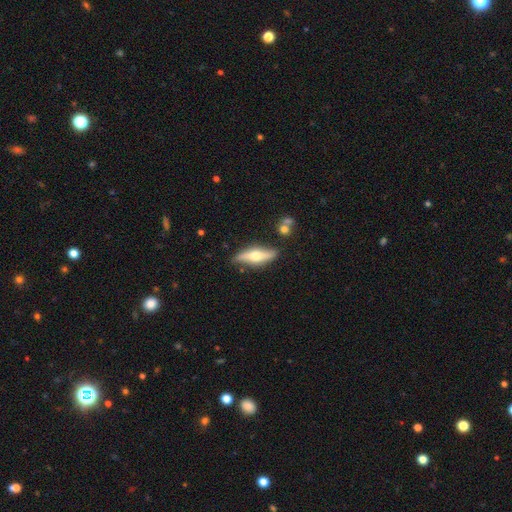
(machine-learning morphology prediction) This is likely a featured or disk galaxy (60%). It is clearly viewed edge-on (85%). Edge-on bulge: clearly rounded (93%). Merging: clearly none (81%).